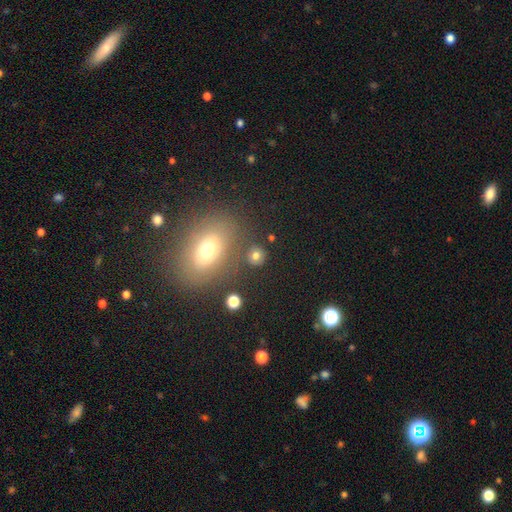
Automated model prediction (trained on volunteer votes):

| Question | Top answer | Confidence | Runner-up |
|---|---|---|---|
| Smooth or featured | smooth | 77% | star or artifact (15%) |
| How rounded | round | 83% | in between (16%) |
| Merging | none | 79% | minor disturbance (9%) |